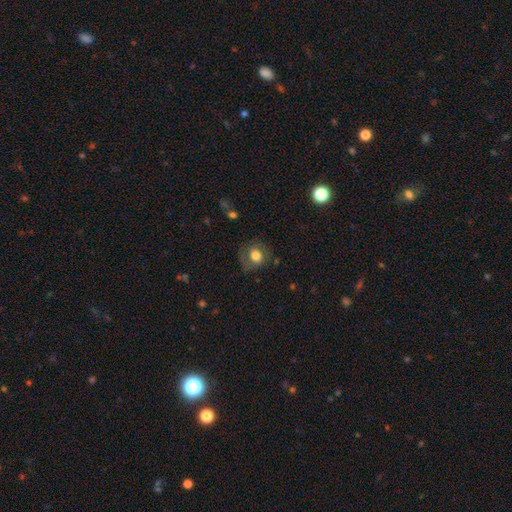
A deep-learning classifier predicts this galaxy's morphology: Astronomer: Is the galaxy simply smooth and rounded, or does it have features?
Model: smooth — 67%.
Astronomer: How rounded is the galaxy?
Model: round — 66%.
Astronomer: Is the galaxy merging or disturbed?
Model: none — 66%.